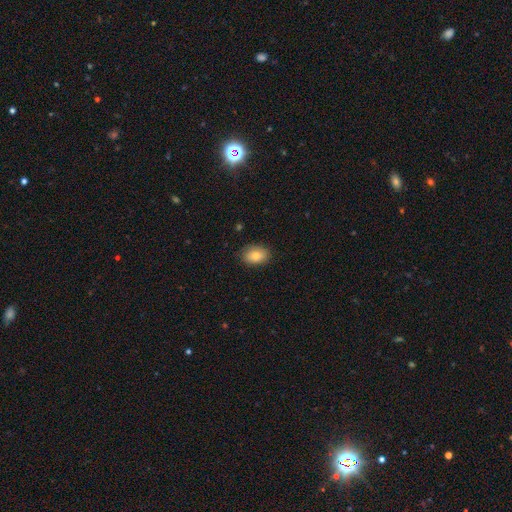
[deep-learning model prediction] Smooth or featured: smooth — 82% (featured or disk — 10%)
How rounded: in between — 83% (round — 16%)
Merging: none — 84% (minor disturbance — 12%)